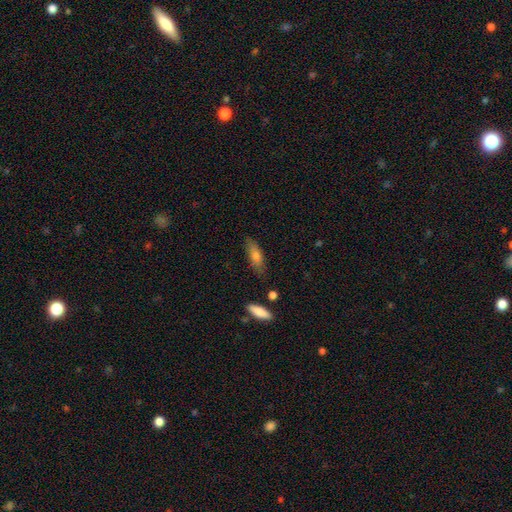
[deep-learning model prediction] This is likely a smooth galaxy (72%). How rounded: possibly in between (57%). Merging: likely none (80%).